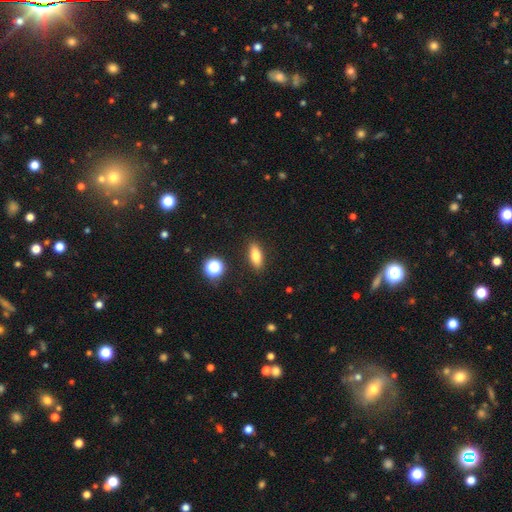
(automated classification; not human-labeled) Smooth or featured? smooth (76%)
How rounded? in between (69%)
Merging? none (88%)